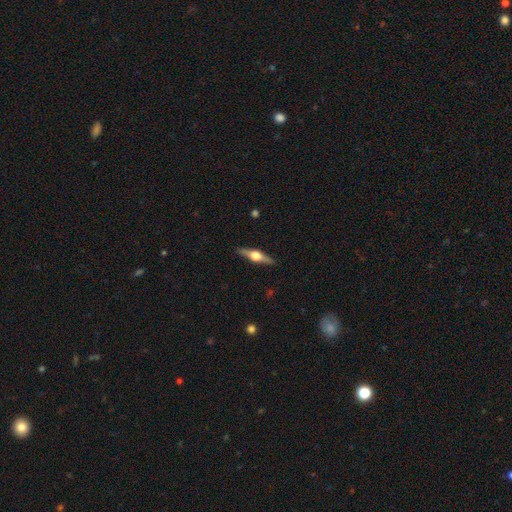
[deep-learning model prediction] Morphology: type=featured or disk (73%); edge-on=yes (97%); edge-on bulge=rounded (95%); merging=none (90%).